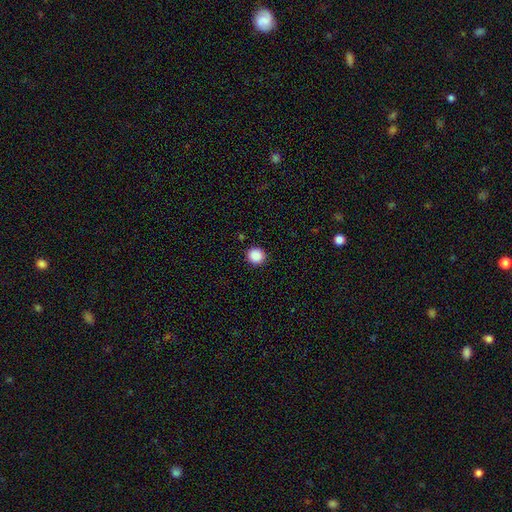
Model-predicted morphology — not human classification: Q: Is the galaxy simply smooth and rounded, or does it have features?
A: smooth — 89%.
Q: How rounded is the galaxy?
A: round — 89%.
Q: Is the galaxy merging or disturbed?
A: none — 92%.